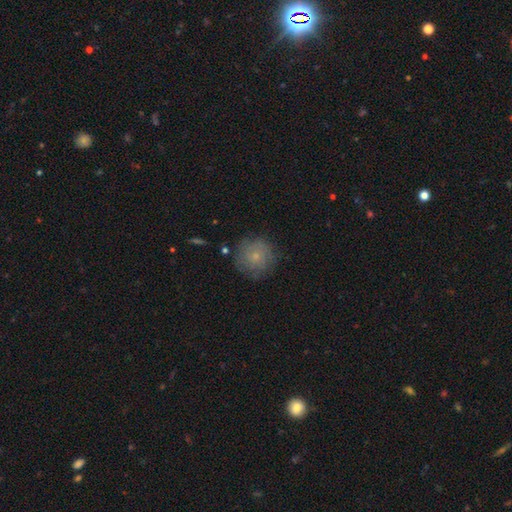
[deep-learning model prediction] Smooth or featured? smooth (66%)
How rounded? round (94%)
Merging? none (79%)